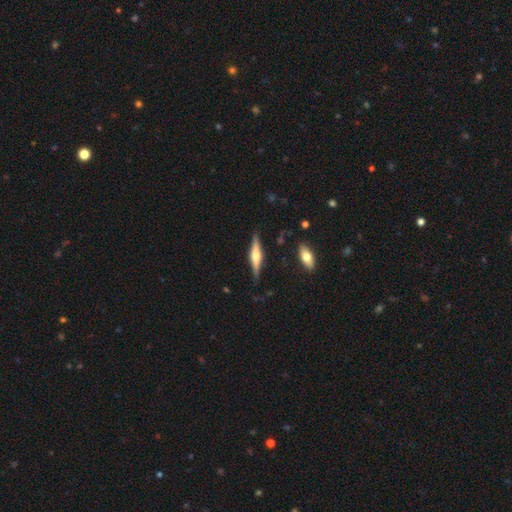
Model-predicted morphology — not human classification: type=featured or disk (68%); edge-on=yes (97%); edge-on bulge=rounded (87%); merging=none (87%).